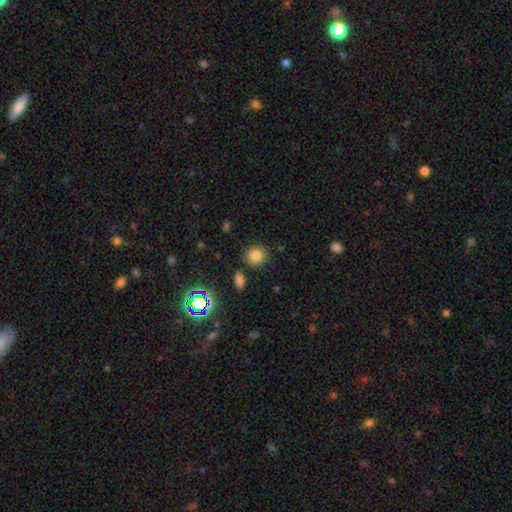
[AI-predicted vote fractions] Overall: smooth (80%). How rounded: round (89%). Merging: none (84%).